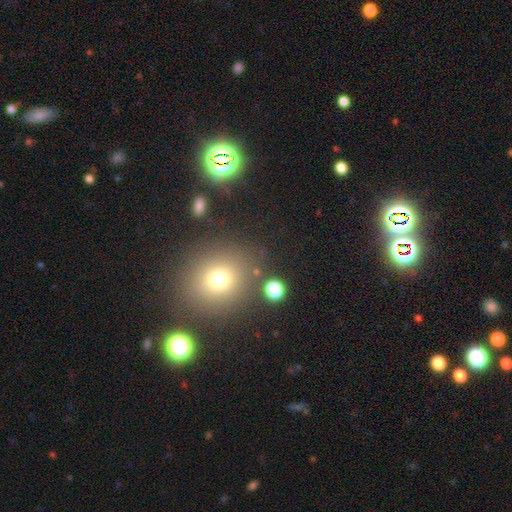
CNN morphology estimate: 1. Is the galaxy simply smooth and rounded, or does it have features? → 53% smooth, 37% star or artifact, 10% featured or disk.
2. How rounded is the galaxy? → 81% round, 17% in between, 1% cigar-shaped.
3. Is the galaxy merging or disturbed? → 86% none, 7% minor disturbance, 4% merger, 3% major disturbance.